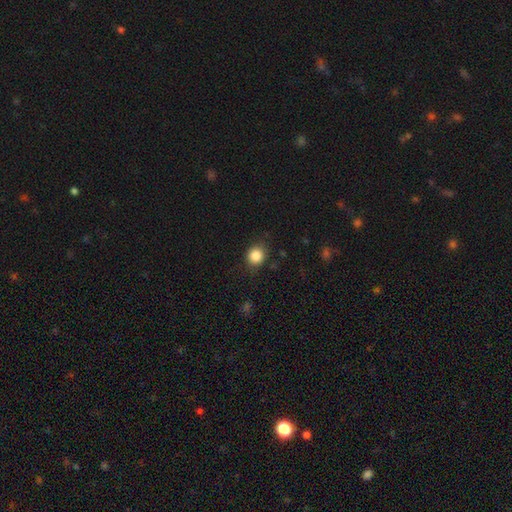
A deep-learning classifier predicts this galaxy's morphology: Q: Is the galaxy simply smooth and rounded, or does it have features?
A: smooth — 85%.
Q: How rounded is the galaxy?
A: round — 82%.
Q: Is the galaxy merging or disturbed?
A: none — 81%.